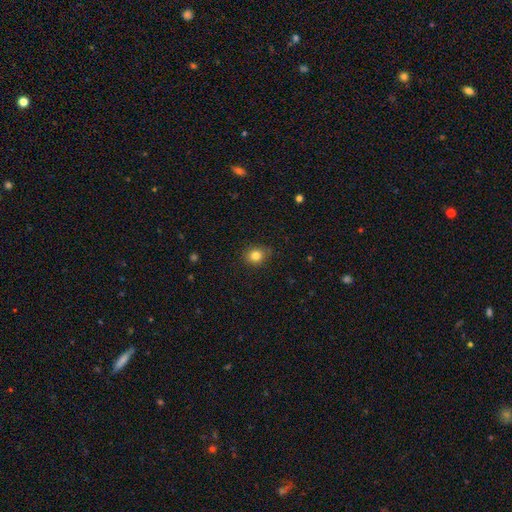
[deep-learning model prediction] This is clearly a smooth galaxy (83%). How rounded: likely round (69%). Merging: clearly none (83%).